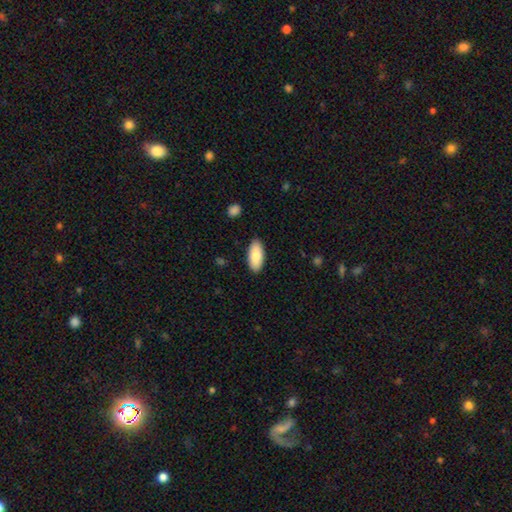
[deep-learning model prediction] Q: Smooth or featured?
A: smooth (83%); runner-up: featured or disk (11%)
Q: How rounded?
A: in between (91%); runner-up: cigar-shaped (8%)
Q: Merging?
A: none (88%); runner-up: minor disturbance (9%)